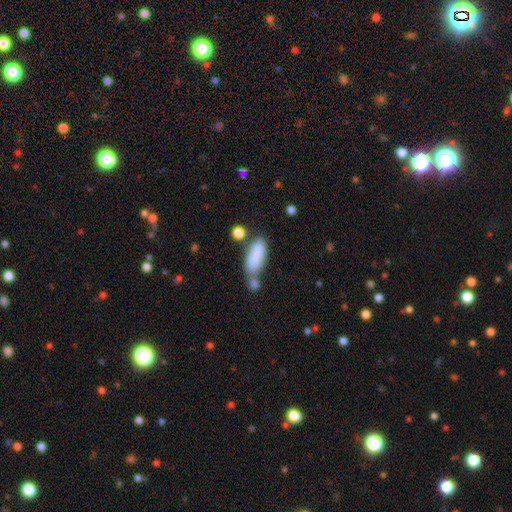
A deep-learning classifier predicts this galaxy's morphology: smooth 80%, featured or disk 13%, star or artifact 8%. Down the decision tree: how rounded — in between (71%); merging — none (42%).